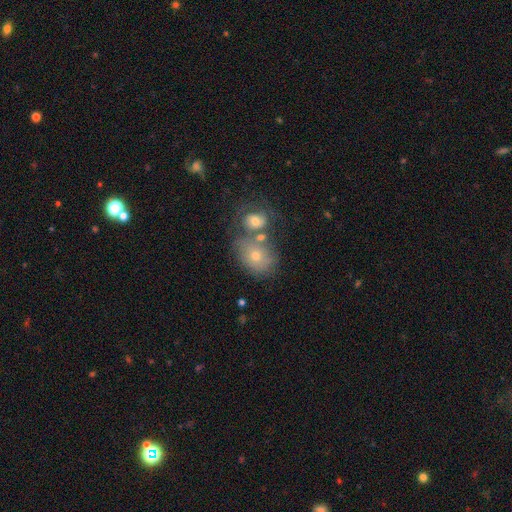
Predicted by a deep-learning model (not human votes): Smooth or featured: smooth — 58% (featured or disk — 28%)
How rounded: round — 51% (in between — 48%)
Merging: merger — 41% (none — 39%)